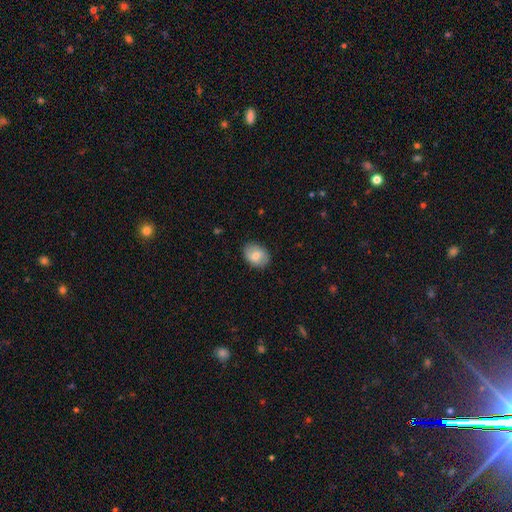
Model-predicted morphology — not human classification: Smooth or featured? Predicted: smooth (p=0.68). How rounded? Predicted: in between (p=0.66). Merging? Predicted: none (p=0.85).